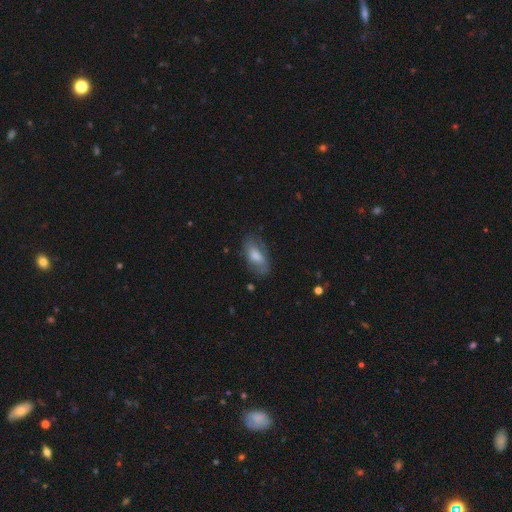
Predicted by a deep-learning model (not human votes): Smooth or featured? smooth (70%)
How rounded? in between (87%)
Merging? none (70%)